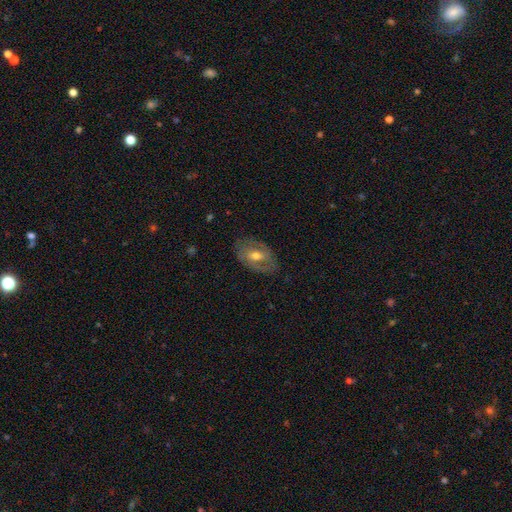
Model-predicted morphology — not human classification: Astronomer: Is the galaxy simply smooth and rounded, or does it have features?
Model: featured or disk — 67%.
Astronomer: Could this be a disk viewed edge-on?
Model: no — 93%.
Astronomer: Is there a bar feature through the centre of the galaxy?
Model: weak — 45% (runner-up: no, 32%).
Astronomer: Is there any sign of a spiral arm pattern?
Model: yes — 66%.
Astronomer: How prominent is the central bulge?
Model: moderate — 68%.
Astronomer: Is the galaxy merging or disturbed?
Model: none — 76%.